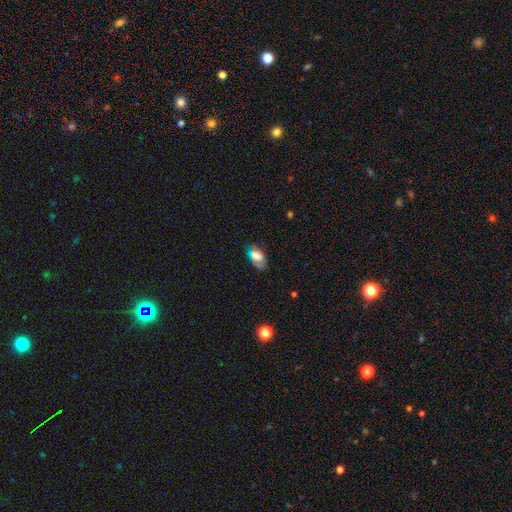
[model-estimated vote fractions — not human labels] Smooth or featured: smooth — 60% (featured or disk — 26%)
How rounded: in between — 90% (round — 6%)
Merging: none — 55% (minor disturbance — 27%)